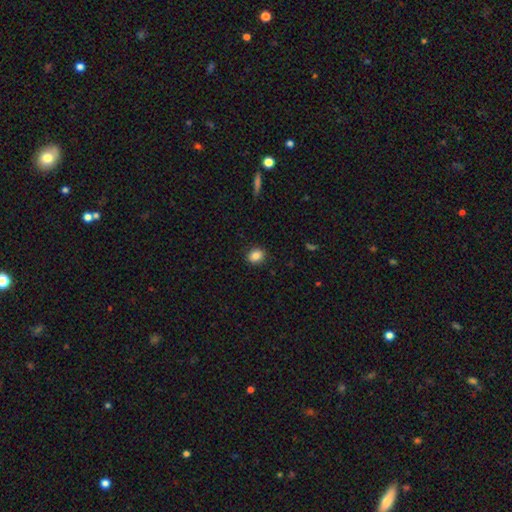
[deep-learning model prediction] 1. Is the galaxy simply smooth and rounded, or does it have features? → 85% smooth, 10% star or artifact, 5% featured or disk.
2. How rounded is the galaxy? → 60% round, 39% in between, 1% cigar-shaped.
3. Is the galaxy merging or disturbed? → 89% none, 8% minor disturbance, 2% major disturbance, 1% merger.